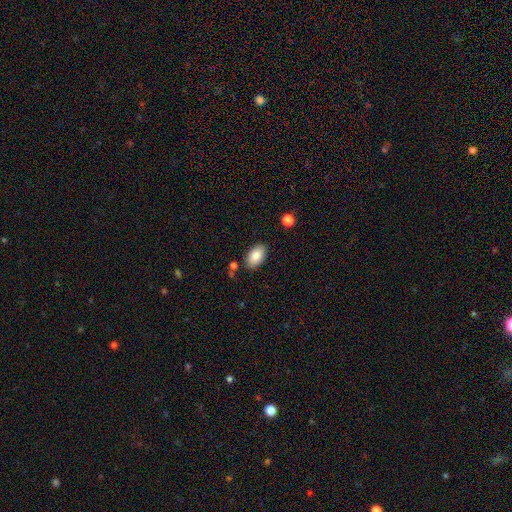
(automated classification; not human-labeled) A smooth galaxy with no disk features (85%) that is in between round and cigar-shaped (94%). Merging: none (84%).